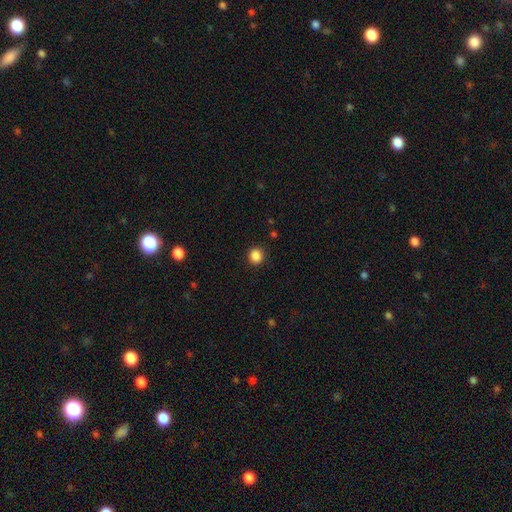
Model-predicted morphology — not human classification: Smooth or featured?
  - smooth: 87% *
  - star or artifact: 11%
  - featured or disk: 3%
How rounded?
  - round: 87% *
  - in between: 12%
  - cigar-shaped: 1%
Merging?
  - none: 91% *
  - minor disturbance: 6%
  - major disturbance: 2%
  - merger: 1%